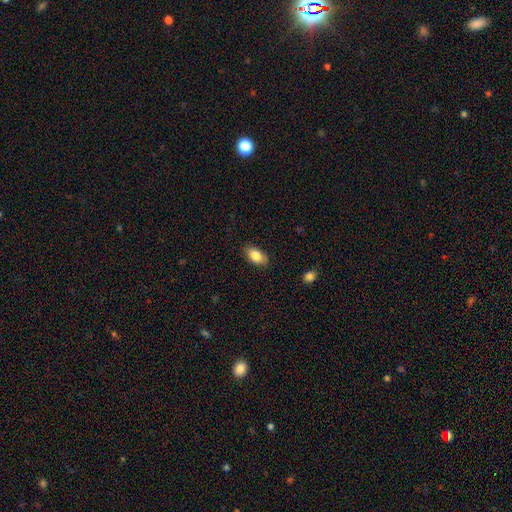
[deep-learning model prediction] A smooth galaxy with no disk features (85%) that is in between round and cigar-shaped (91%).

Vote fractions:
- Smooth or featured? smooth: 85% / featured or disk: 8% / star or artifact: 7%
- How rounded? in between: 91% / round: 7% / cigar-shaped: 2%
- Merging? none: 85% / minor disturbance: 11% / major disturbance: 2% / merger: 1%